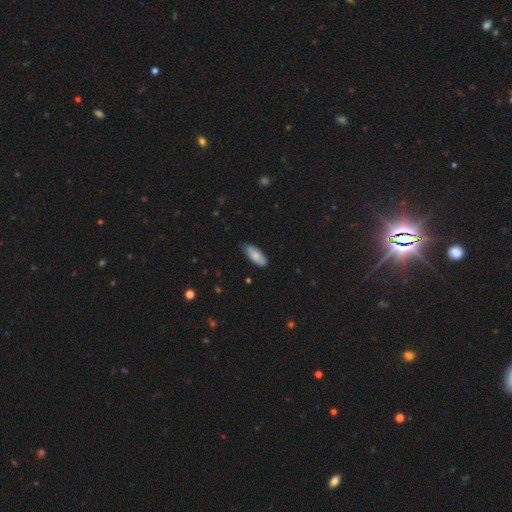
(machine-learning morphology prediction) smooth_or_featured: smooth (p=0.82) [alt: featured or disk p=0.13]
how_rounded: in between (p=0.78) [alt: cigar-shaped p=0.20]
merging: none (p=0.74) [alt: minor disturbance p=0.22]